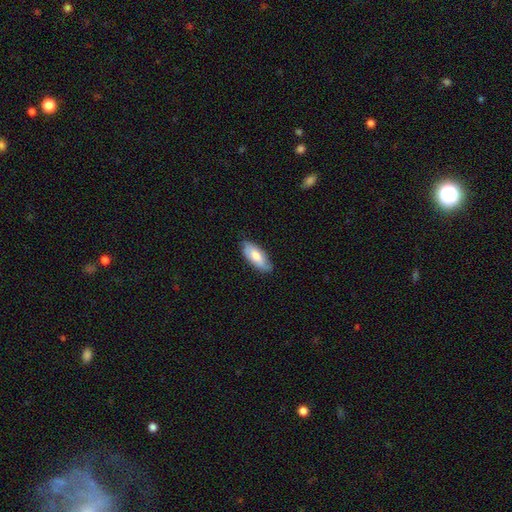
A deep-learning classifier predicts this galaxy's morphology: Smooth or featured?
  - smooth: 70% *
  - featured or disk: 24%
  - star or artifact: 6%
How rounded?
  - in between: 82% *
  - cigar-shaped: 16%
  - round: 2%
Merging?
  - none: 81% *
  - minor disturbance: 16%
  - major disturbance: 2%
  - merger: 1%